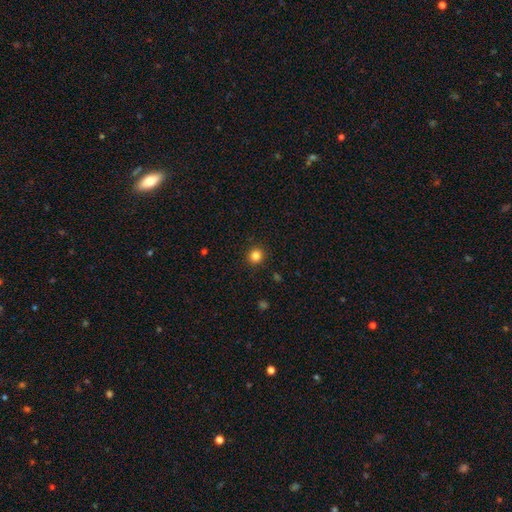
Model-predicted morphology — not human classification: A smooth galaxy with no disk features (83%) that is round (92%).

Vote fractions:
- Smooth or featured? smooth: 83% / star or artifact: 13% / featured or disk: 5%
- How rounded? round: 92% / in between: 7% / cigar-shaped: 1%
- Merging? none: 92% / minor disturbance: 5% / major disturbance: 2% / merger: 1%